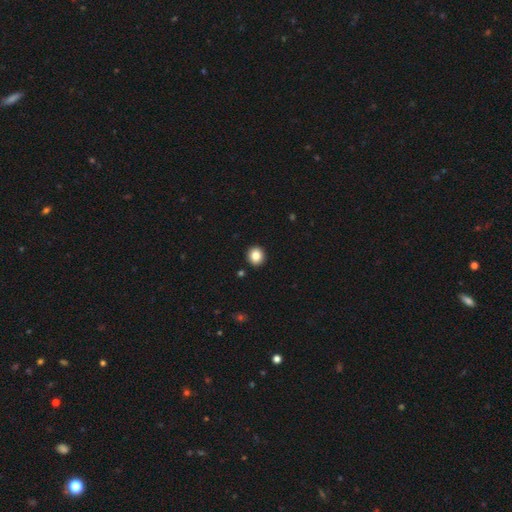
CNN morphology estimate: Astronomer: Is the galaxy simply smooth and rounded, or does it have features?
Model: smooth — 84%.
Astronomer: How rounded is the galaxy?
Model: round — 89%.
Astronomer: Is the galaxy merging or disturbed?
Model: none — 93%.